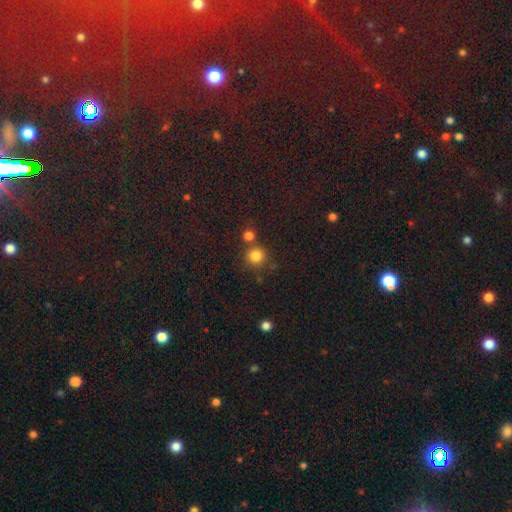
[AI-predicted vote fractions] Smooth or featured: smooth — 81% (star or artifact — 14%)
How rounded: round — 92% (in between — 7%)
Merging: none — 73% (merger — 16%)